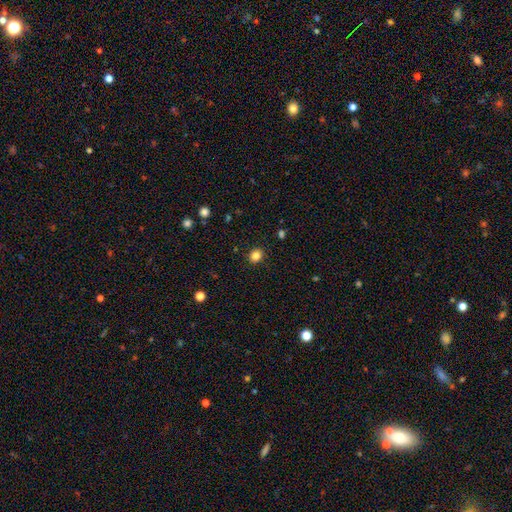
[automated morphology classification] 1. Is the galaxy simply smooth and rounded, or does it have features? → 84% smooth, 11% star or artifact, 4% featured or disk.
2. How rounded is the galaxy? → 70% round, 29% in between, 1% cigar-shaped.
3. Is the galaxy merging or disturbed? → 90% none, 7% minor disturbance, 2% major disturbance, 1% merger.